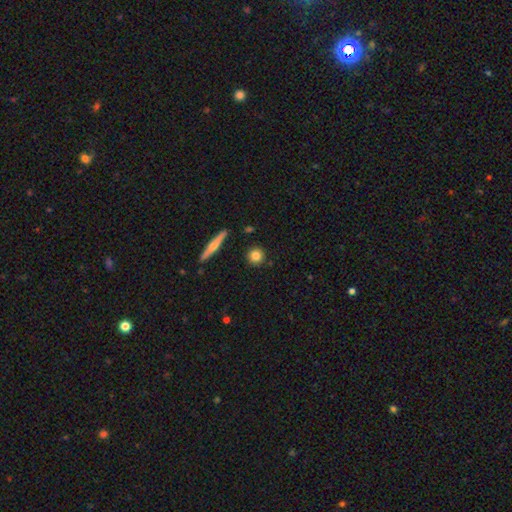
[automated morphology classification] Overall: smooth (80%). How rounded: round (92%). Merging: none (90%).